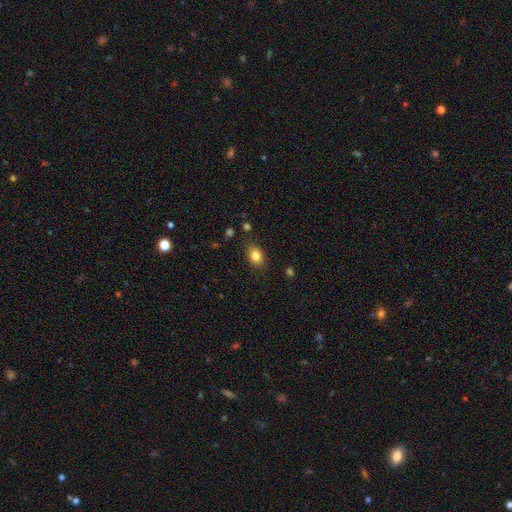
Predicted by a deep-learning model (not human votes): A smooth galaxy with no disk features (83%) that is in between round and cigar-shaped (79%). Merging: none (82%).